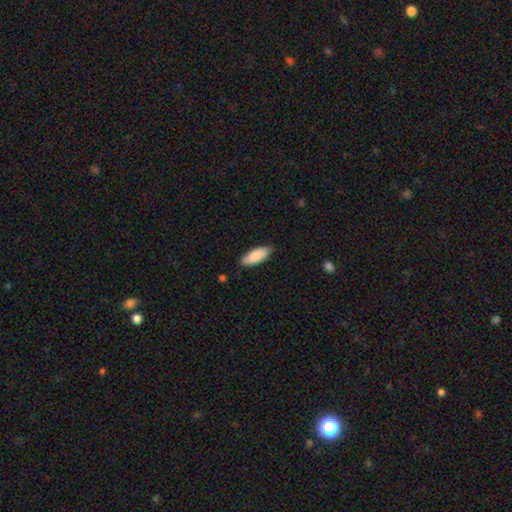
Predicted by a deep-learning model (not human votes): Smooth or featured: smooth — 86% (featured or disk — 9%)
How rounded: in between — 72% (cigar-shaped — 26%)
Merging: none — 83% (minor disturbance — 13%)